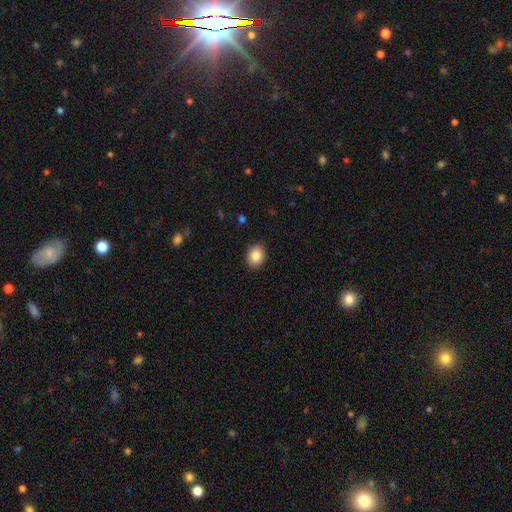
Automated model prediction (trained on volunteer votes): Smooth or featured: smooth — 87% (star or artifact — 8%)
How rounded: in between — 56% (round — 43%)
Merging: none — 90% (minor disturbance — 7%)